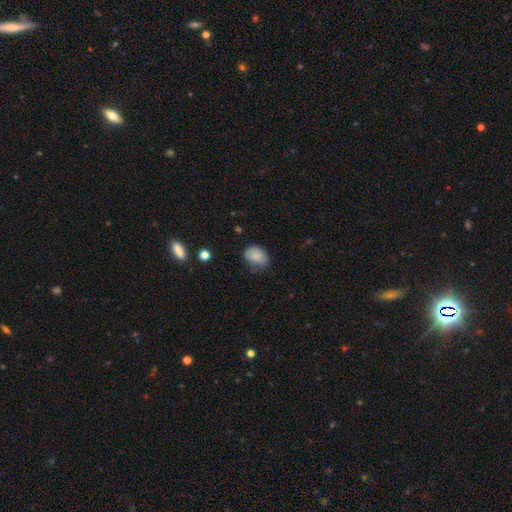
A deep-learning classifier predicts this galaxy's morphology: smooth_or_featured: smooth (p=0.84) [alt: star or artifact p=0.08]
how_rounded: in between (p=0.66) [alt: round p=0.34]
merging: none (p=0.64) [alt: minor disturbance p=0.28]